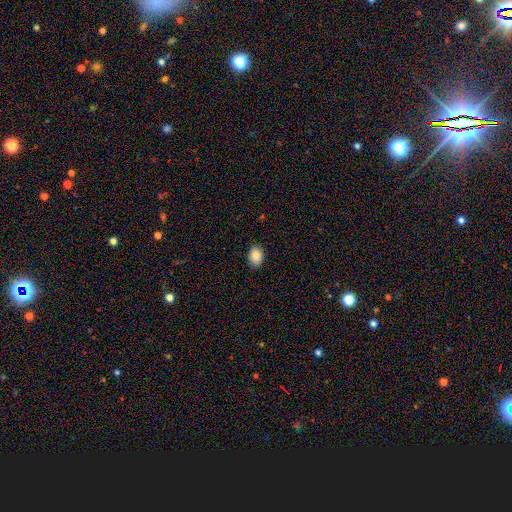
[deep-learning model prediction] Smooth or featured? smooth (88%)
How rounded? in between (80%)
Merging? none (89%)